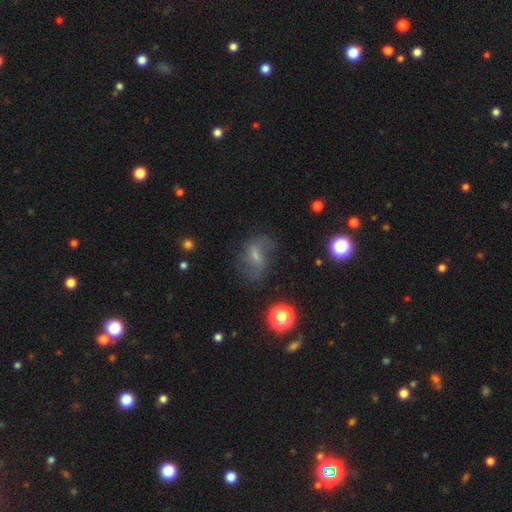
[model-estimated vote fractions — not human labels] A featured or disk galaxy (52%).

Vote fractions:
- Smooth or featured? featured or disk: 52% / smooth: 34% / star or artifact: 14%
- Edge-on disk? no: 95% / yes: 5%
- Merging? none: 61% / minor disturbance: 21% / major disturbance: 16% / merger: 3%